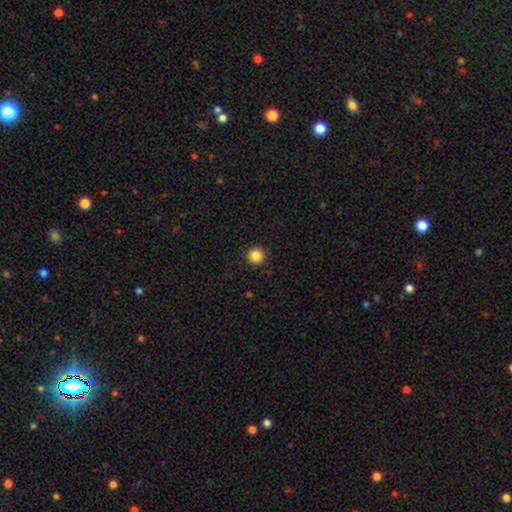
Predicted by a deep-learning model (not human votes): smooth_or_featured: smooth (p=0.87) [alt: star or artifact p=0.10]
how_rounded: round (p=0.96) [alt: in between p=0.03]
merging: none (p=0.93) [alt: minor disturbance p=0.05]